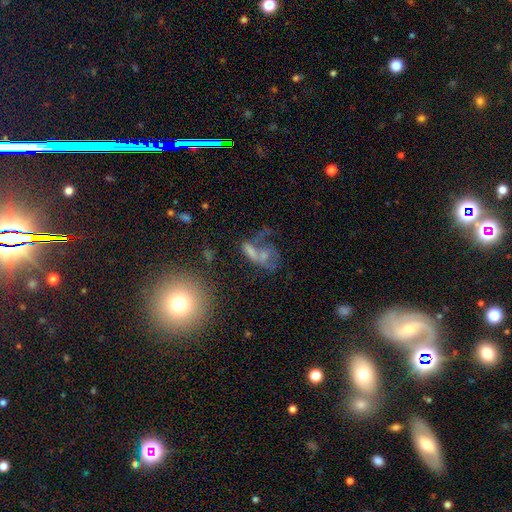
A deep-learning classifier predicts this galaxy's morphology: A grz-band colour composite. It shows a smooth galaxy with no disk features (45%). Merging: merger (40%).